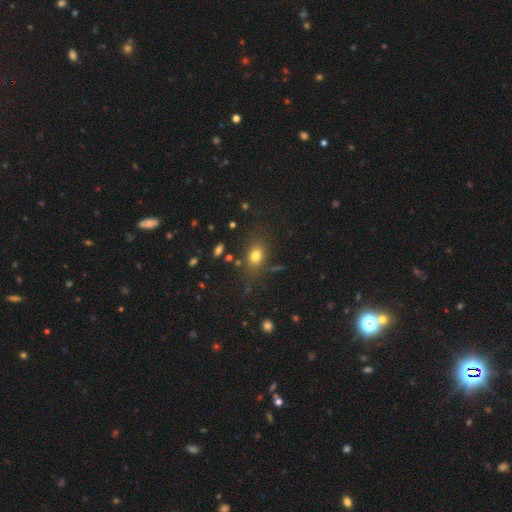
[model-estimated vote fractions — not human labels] The model was most divided on "how rounded": in between: 66%, round: 32%, cigar-shaped: 2%. More confident: merging — none (79%); smooth or featured — smooth (76%).